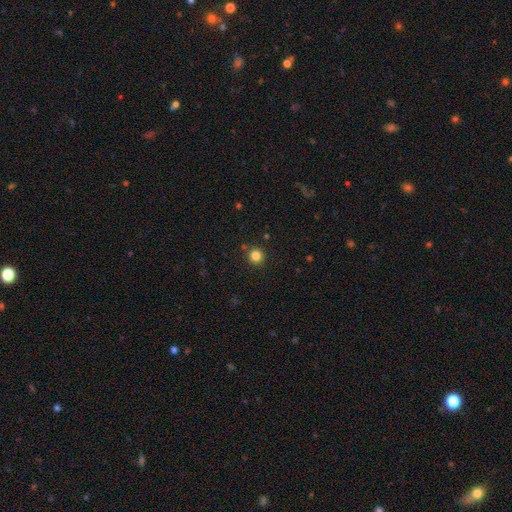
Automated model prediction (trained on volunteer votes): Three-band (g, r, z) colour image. It shows a smooth galaxy with no disk features (83%) that is round (95%). Merging: none (89%).